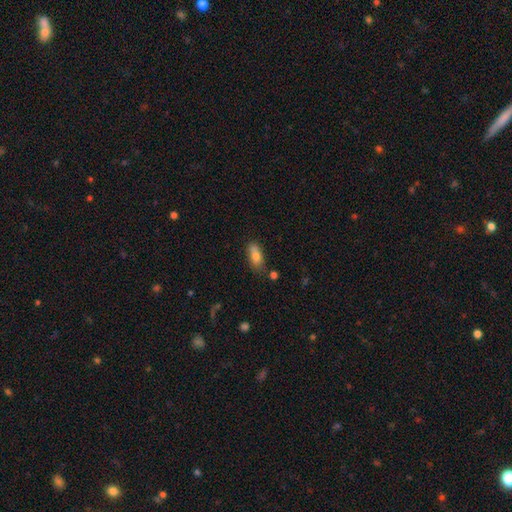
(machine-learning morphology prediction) This is likely a smooth galaxy (77%). How rounded: likely in between (80%). Merging: likely none (61%).